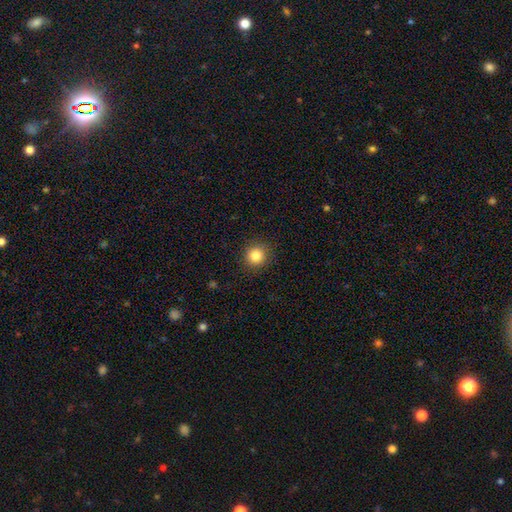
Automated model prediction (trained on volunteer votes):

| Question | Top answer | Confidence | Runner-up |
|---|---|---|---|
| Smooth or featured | smooth | 85% | star or artifact (10%) |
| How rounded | round | 92% | in between (7%) |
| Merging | none | 89% | minor disturbance (7%) |